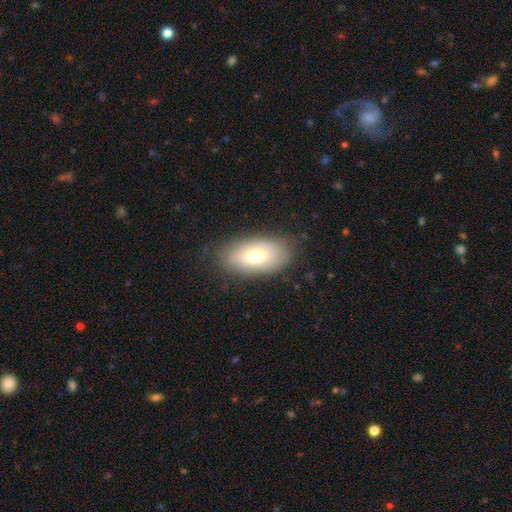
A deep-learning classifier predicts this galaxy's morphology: Smooth or featured? smooth (65%)
How rounded? in between (92%)
Merging? none (82%)